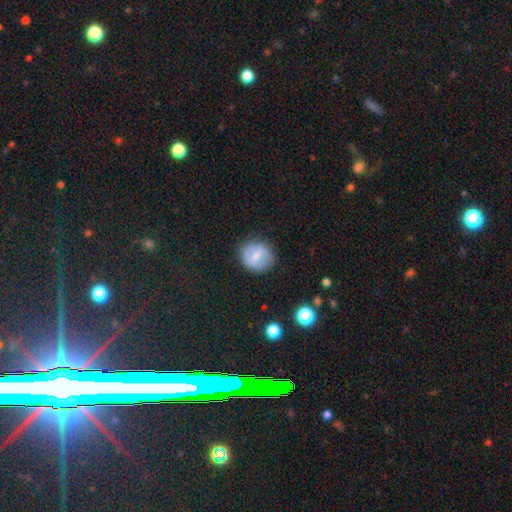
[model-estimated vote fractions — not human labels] The model was most divided on "smooth or featured": smooth: 50%, featured or disk: 41%, star or artifact: 8%. More confident: merging — none (83%); how rounded — round (80%).